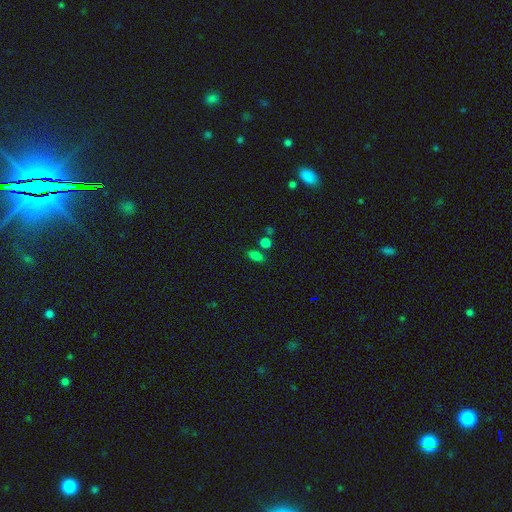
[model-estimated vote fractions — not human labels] A smooth galaxy with no disk features (78%) that is in between round and cigar-shaped (85%). Merging: none (71%).